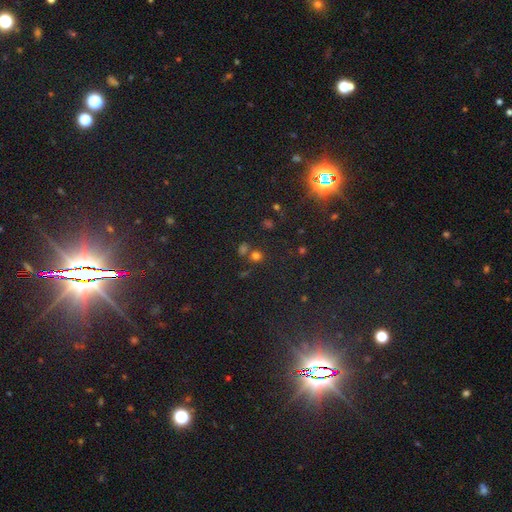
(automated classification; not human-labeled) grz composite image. It shows a smooth galaxy with no disk features (65%) that is round (82%). Merging: none (63%).